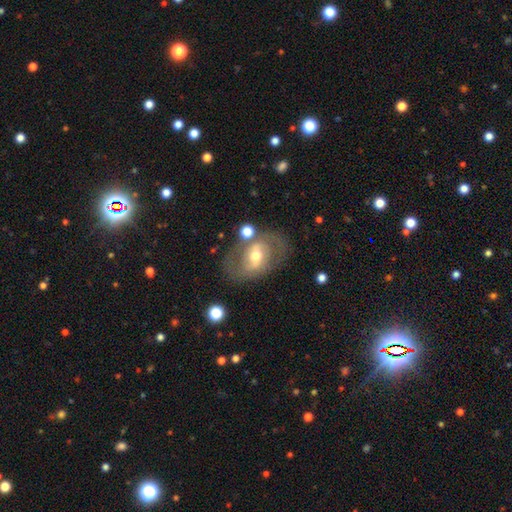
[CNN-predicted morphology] Smooth or featured? featured or disk (66%)
Edge-on disk? no (93%)
Bar? weak (41%)
Spiral arms? yes (50%, tied with no)
Bulge size? moderate (69%)
Merging? none (69%)